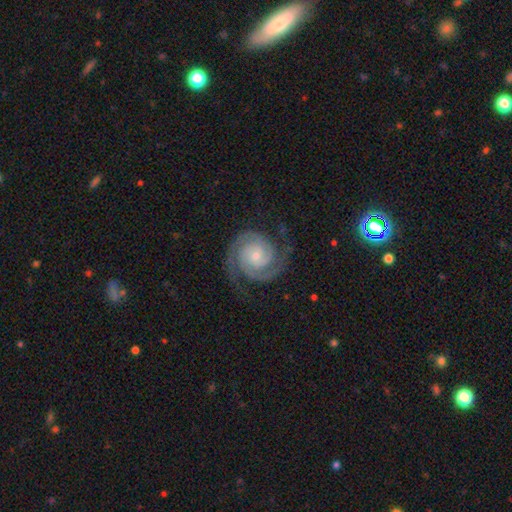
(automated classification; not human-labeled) Smooth or featured?
  - featured or disk: 93% *
  - star or artifact: 4%
  - smooth: 3%
Edge-on disk?
  - no: 98% *
  - yes: 2%
Bar?
  - no: 71% *
  - weak: 21%
  - strong: 7%
Spiral arms?
  - yes: 99% *
  - no: 1%
Spiral winding?
  - tight: 72% *
  - medium: 25%
  - loose: 3%
Spiral arm count?
  - 2: 84% *
  - 3: 7%
  - can't tell: 3%
  - 4: 2%
  - 1: 2%
  - more than 4: 2%
Bulge size?
  - small: 70% *
  - moderate: 24%
  - none: 3%
  - large: 2%
  - dominant: 1%
Merging?
  - none: 81% *
  - minor disturbance: 13%
  - major disturbance: 5%
  - merger: 1%